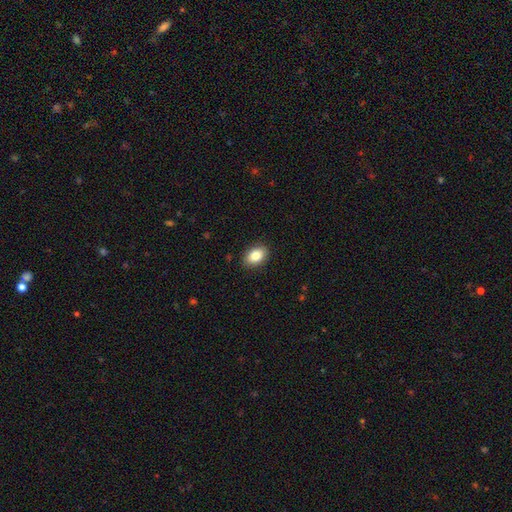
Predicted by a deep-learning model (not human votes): smooth 84%, featured or disk 8%, star or artifact 8%. Down the decision tree: how rounded — in between (87%); merging — none (89%).